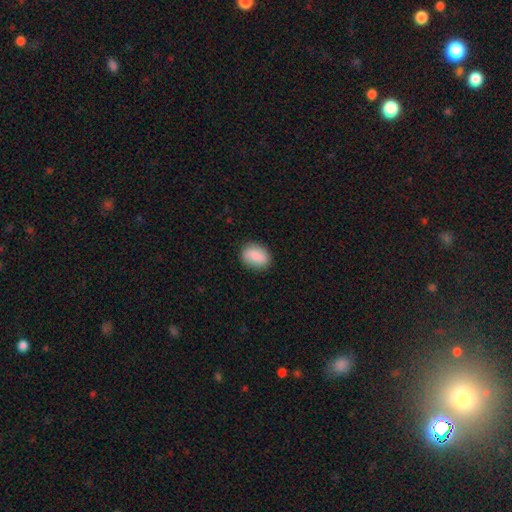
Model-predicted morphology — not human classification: smooth 88%, star or artifact 7%, featured or disk 5%. Down the decision tree: how rounded — in between (74%); merging — none (84%).